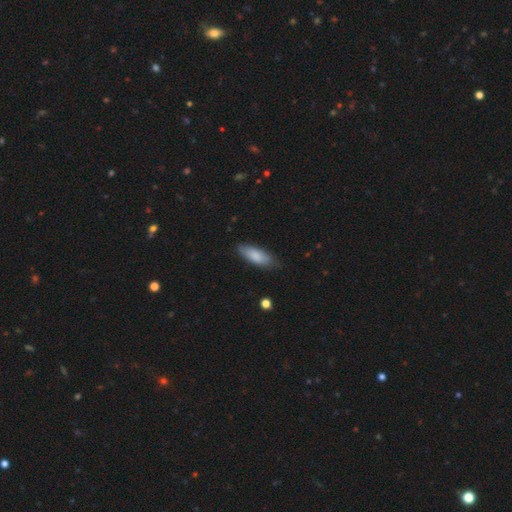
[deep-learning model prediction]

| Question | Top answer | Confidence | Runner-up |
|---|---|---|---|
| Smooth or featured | smooth | 82% | featured or disk (13%) |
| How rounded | in between | 65% | cigar-shaped (34%) |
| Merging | none | 76% | minor disturbance (20%) |